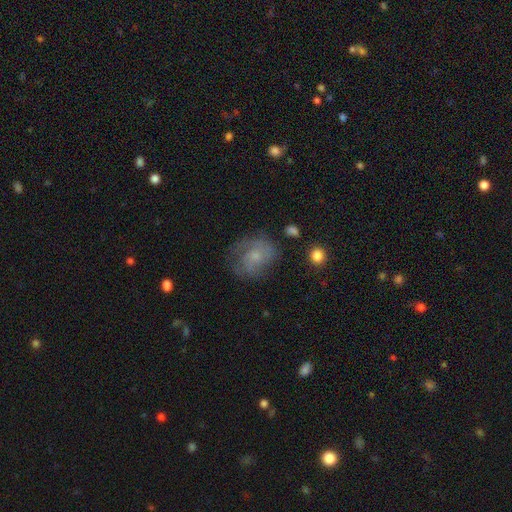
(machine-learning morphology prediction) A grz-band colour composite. It shows a featured or disk galaxy (54%) with no bar (75%), spiral arms (77%) and a small central bulge (55%). Merging: none (58%).